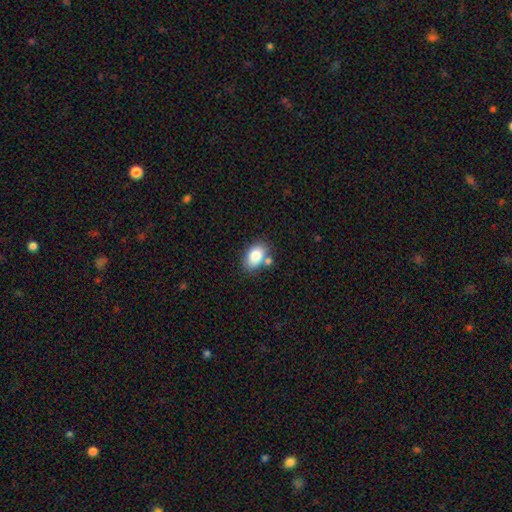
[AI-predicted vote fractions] Smooth or featured? Predicted: smooth (p=0.83). How rounded? Predicted: in between (p=0.82). Merging? Predicted: none (p=0.66).